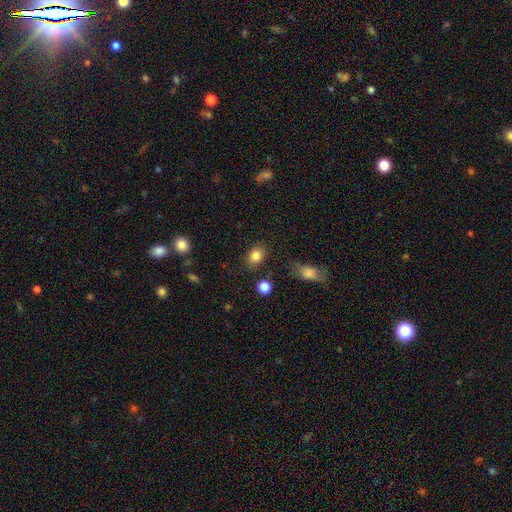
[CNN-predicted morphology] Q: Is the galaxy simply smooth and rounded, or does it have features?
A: smooth — 84%.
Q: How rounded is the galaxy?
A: in between — 60%.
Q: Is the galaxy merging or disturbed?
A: none — 80%.